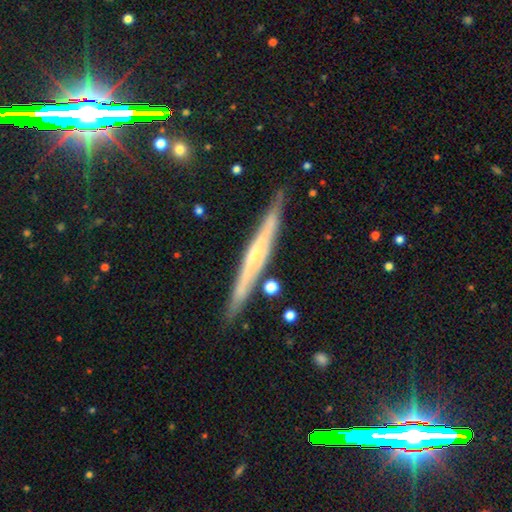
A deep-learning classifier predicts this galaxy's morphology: Smooth or featured?
  - featured or disk: 73% *
  - smooth: 20%
  - star or artifact: 7%
Edge-on disk?
  - yes: 95% *
  - no: 5%
Edge-on bulge?
  - rounded: 58% *
  - none: 37%
  - boxy: 5%
Merging?
  - none: 85% *
  - minor disturbance: 10%
  - merger: 2%
  - major disturbance: 2%